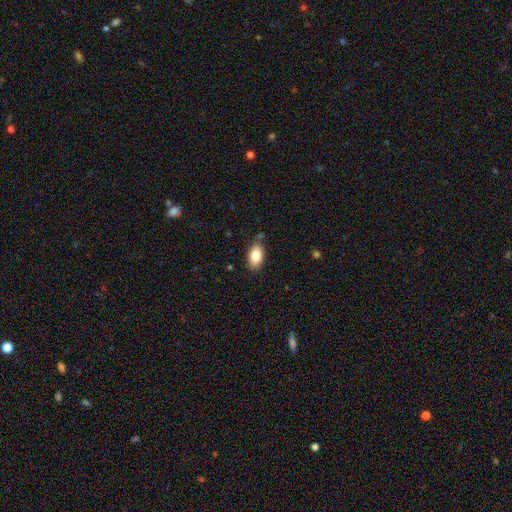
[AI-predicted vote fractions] A smooth galaxy with no disk features (82%) that is in between round and cigar-shaped (92%).

Vote fractions:
- Smooth or featured? smooth: 82% / featured or disk: 11% / star or artifact: 7%
- How rounded? in between: 92% / round: 5% / cigar-shaped: 3%
- Merging? none: 80% / minor disturbance: 15% / major disturbance: 3% / merger: 3%